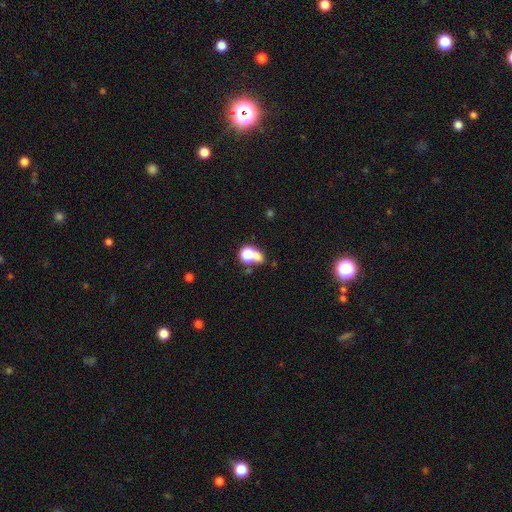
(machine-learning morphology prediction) A smooth galaxy with no disk features (63%) that is round (58%).

Vote fractions:
- Smooth or featured? smooth: 63% / star or artifact: 23% / featured or disk: 14%
- How rounded? round: 58% / in between: 40% / cigar-shaped: 2%
- Merging? merger: 47% / none: 38% / minor disturbance: 8% / major disturbance: 7%